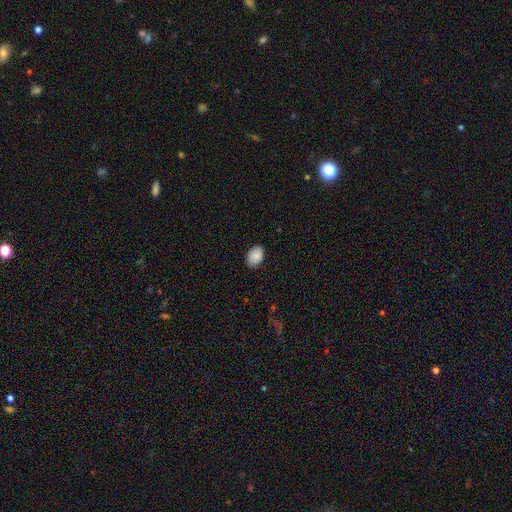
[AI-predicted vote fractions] This appears to be a smooth galaxy with no disk features (89%) that is in between round and cigar-shaped (84%). Merging: none (85%).